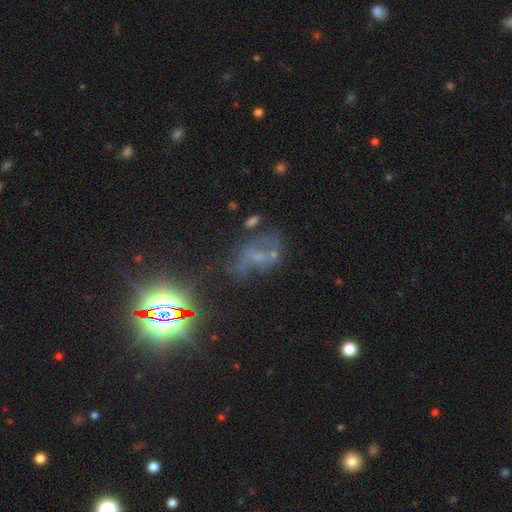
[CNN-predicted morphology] Smooth or featured?
  - featured or disk: 45% *
  - star or artifact: 39%
  - smooth: 17%
Merging?
  - none: 42% *
  - major disturbance: 28%
  - minor disturbance: 19%
  - merger: 11%